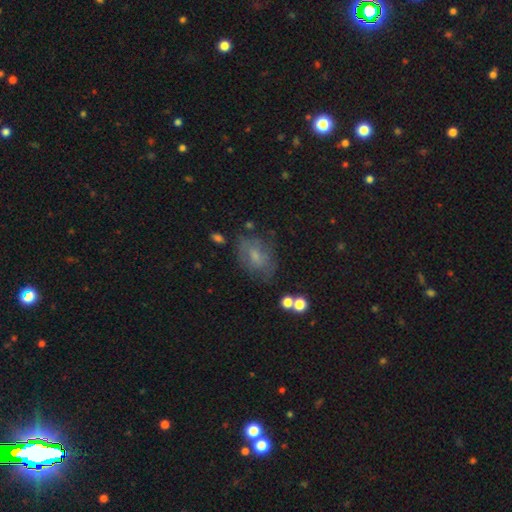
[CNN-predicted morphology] A smooth galaxy with no disk features (48%). Merging: none (57%).